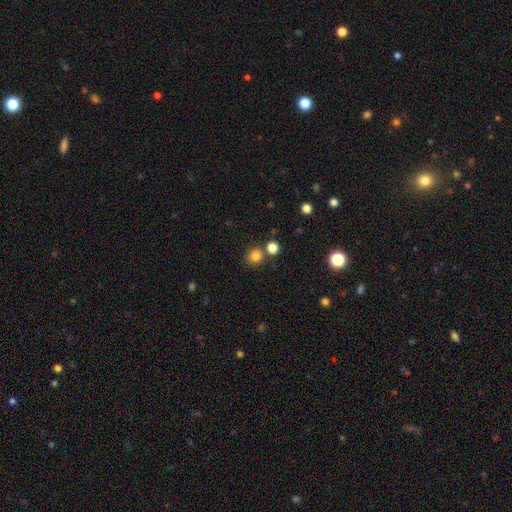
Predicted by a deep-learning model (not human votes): Smooth or featured? smooth (82%)
How rounded? round (91%)
Merging? none (75%)